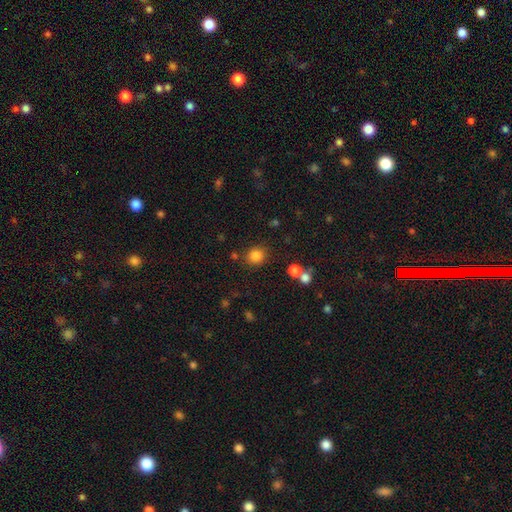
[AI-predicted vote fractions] Smooth or featured: smooth — 83% (star or artifact — 12%)
How rounded: round — 84% (in between — 15%)
Merging: none — 82% (minor disturbance — 9%)